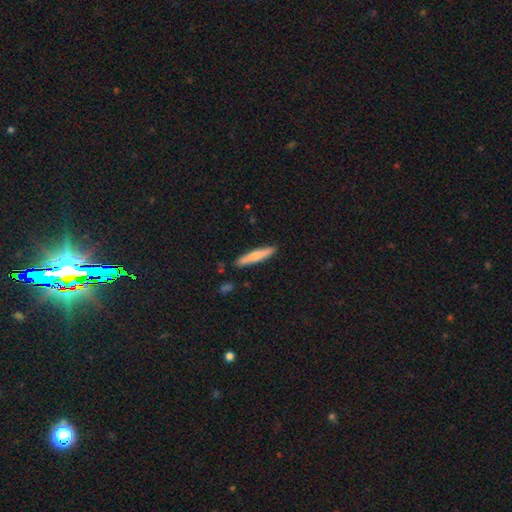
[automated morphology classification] Smooth or featured? Predicted: smooth (p=0.70). How rounded? Predicted: cigar-shaped (p=0.90). Merging? Predicted: none (p=0.86).